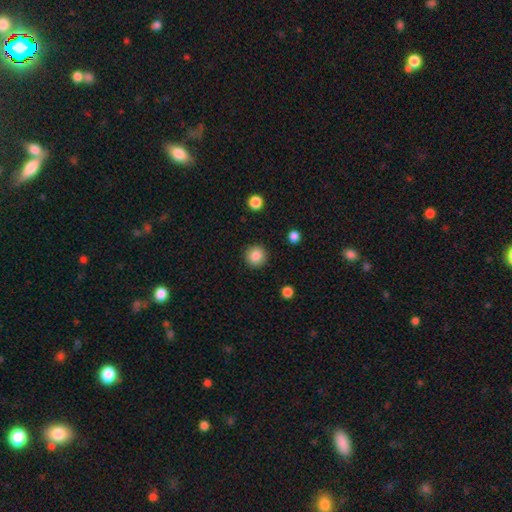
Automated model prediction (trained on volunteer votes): Morphology: type=smooth (86%); roundness=round (94%); merging=none (91%).